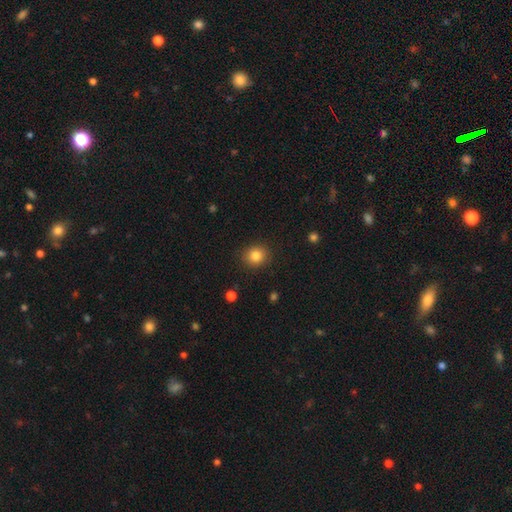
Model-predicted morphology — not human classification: Q: Smooth or featured?
A: smooth (84%); runner-up: star or artifact (10%)
Q: How rounded?
A: round (81%); runner-up: in between (18%)
Q: Merging?
A: none (90%); runner-up: minor disturbance (7%)